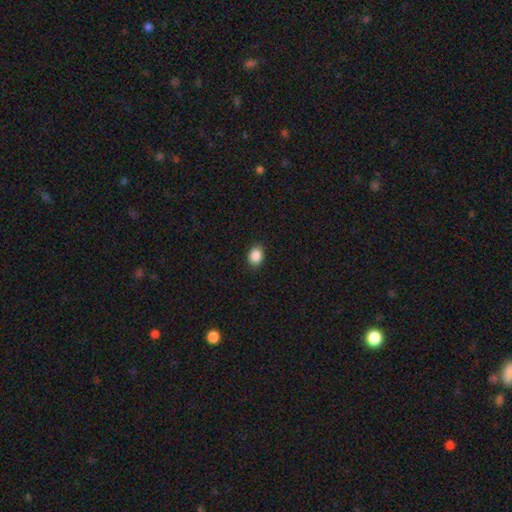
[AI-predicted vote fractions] This appears to be a smooth galaxy with no disk features (88%) that is in between round and cigar-shaped (60%). Merging: none (89%).